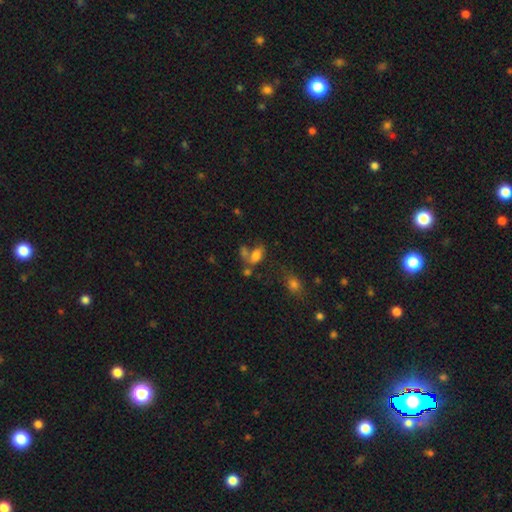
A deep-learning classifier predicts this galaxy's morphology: smooth_or_featured: smooth (p=0.71) [alt: featured or disk p=0.16]
how_rounded: in between (p=0.87) [alt: round p=0.09]
merging: merger (p=0.38) [alt: none p=0.35]